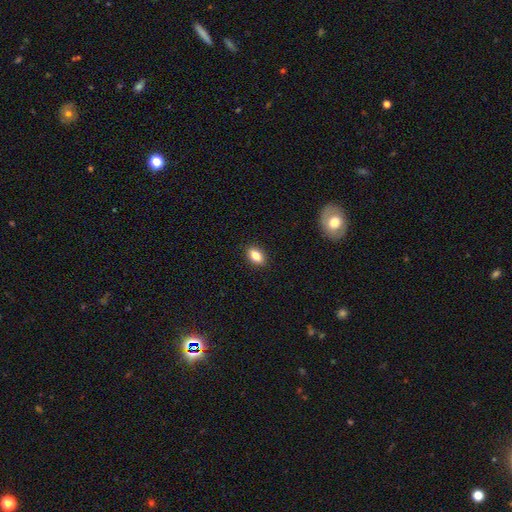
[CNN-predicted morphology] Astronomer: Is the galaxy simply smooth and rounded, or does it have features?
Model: smooth — 82%.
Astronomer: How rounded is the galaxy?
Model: in between — 85%.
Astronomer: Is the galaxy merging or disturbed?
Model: none — 90%.